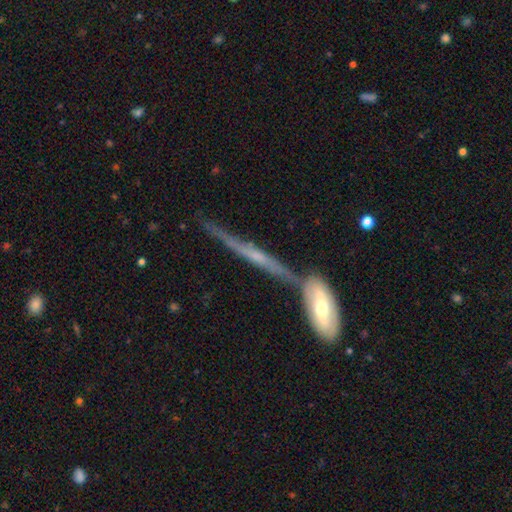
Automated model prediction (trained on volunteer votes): The model was most divided on "edge-on bulge": rounded: 49%, none: 36%, boxy: 15%. Remaining: edge-on disk — yes (88%); smooth or featured — featured or disk (67%); merging — none (47%).